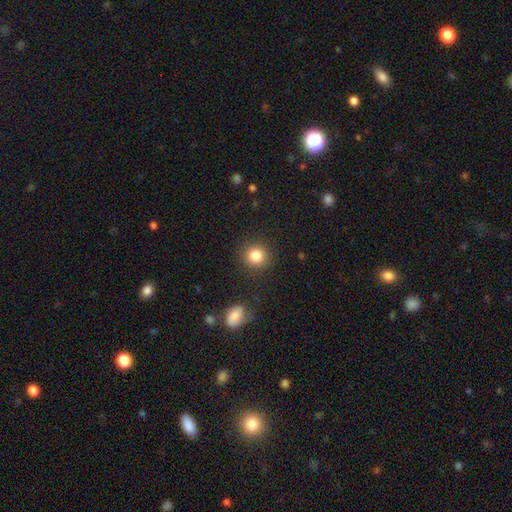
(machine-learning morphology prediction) Smooth or featured? Predicted: smooth (p=0.84). How rounded? Predicted: round (p=0.89). Merging? Predicted: none (p=0.89).